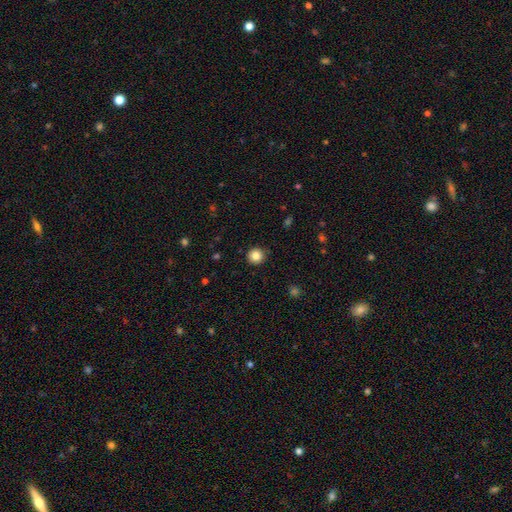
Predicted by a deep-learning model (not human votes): This appears to be a smooth galaxy with no disk features (84%) that is round (94%). Merging: none (92%).